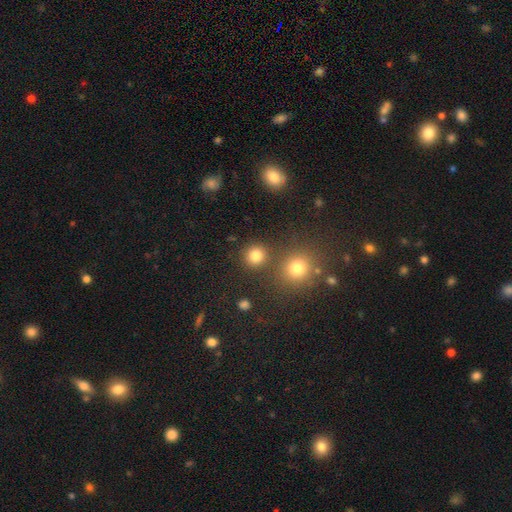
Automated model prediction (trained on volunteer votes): Smooth or featured: smooth — 80% (star or artifact — 15%)
How rounded: round — 90% (in between — 9%)
Merging: none — 82% (merger — 8%)